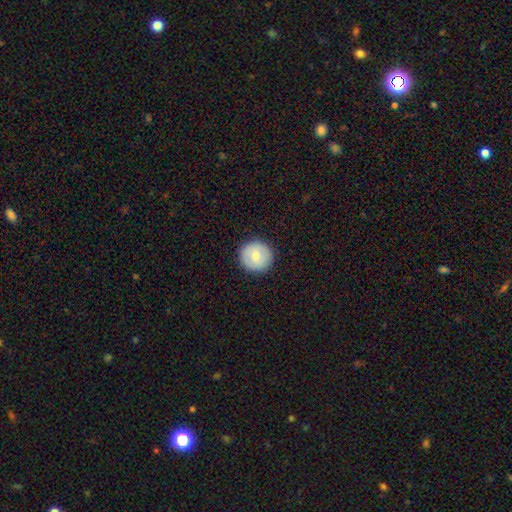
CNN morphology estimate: The model was most divided on "smooth or featured": smooth: 70%, featured or disk: 23%, star or artifact: 7%. More confident: how rounded — round (94%); merging — none (91%).